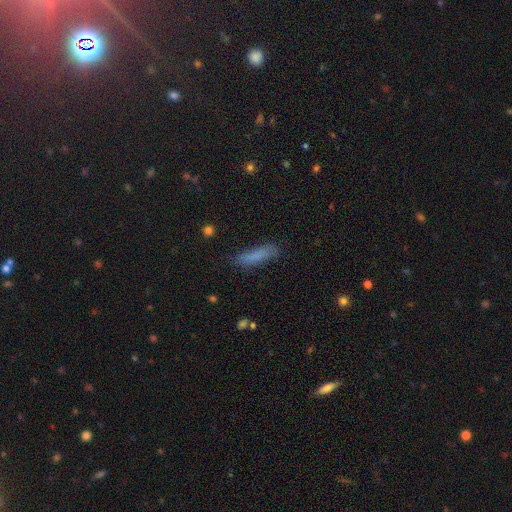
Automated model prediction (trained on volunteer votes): smooth-or-featured: smooth: 80% | featured or disk: 12% | star or artifact: 8%
  how-rounded: cigar-shaped: 83% | in between: 16% | round: 2%
  merging: none: 80% | minor disturbance: 15% | major disturbance: 4% | merger: 2%